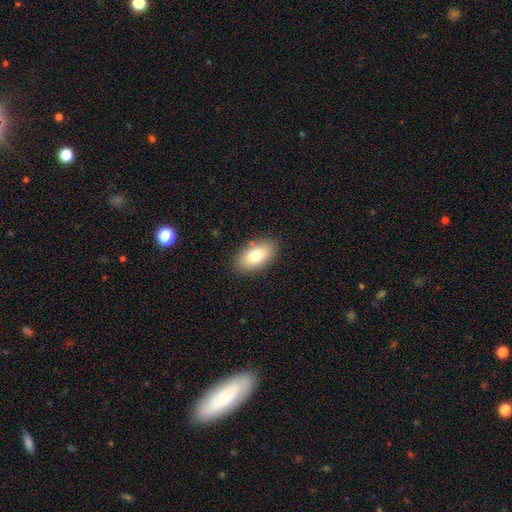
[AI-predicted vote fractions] The model was most divided on "smooth or featured": smooth: 76%, featured or disk: 17%, star or artifact: 8%. More confident: how rounded — in between (92%); merging — none (87%).